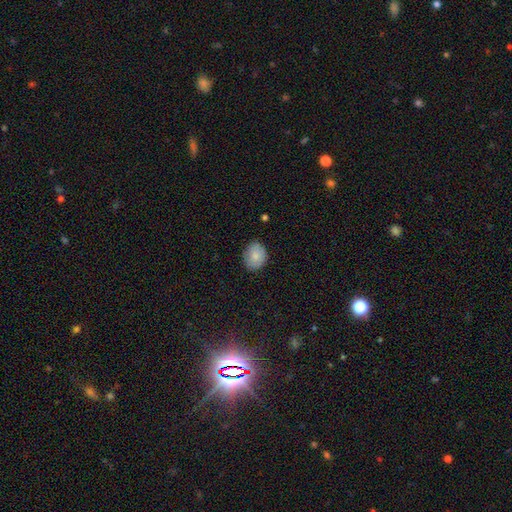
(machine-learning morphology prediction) Overall: smooth (83%). How rounded: in between (50%; round 49%). Merging: none (81%).